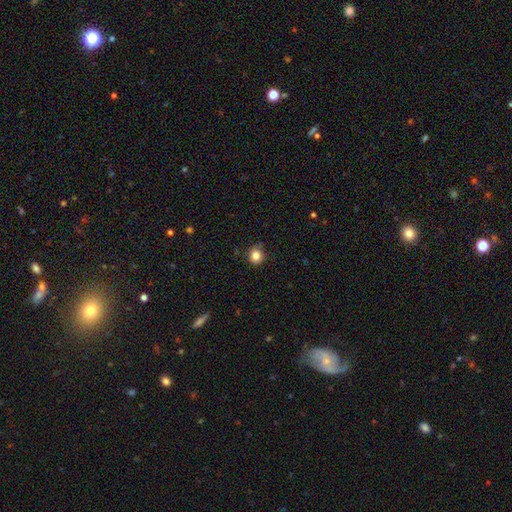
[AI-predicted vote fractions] smooth_or_featured: smooth (p=0.83) [alt: star or artifact p=0.12]
how_rounded: round (p=0.88) [alt: in between p=0.12]
merging: none (p=0.81) [alt: minor disturbance p=0.15]